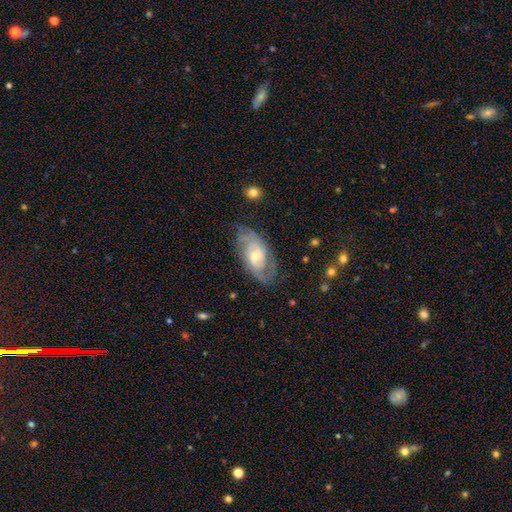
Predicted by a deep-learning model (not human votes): Overall: featured or disk (77%). Edge-on disk: no (94%). Bar: no (58%; weak 35%). Spiral arms: yes (92%). Spiral arm count: 2 (55%; can't tell 25%). Spiral winding: medium (42%; tight 41%). Bulge size: moderate (52%; small 40%). Merging: none (70%).